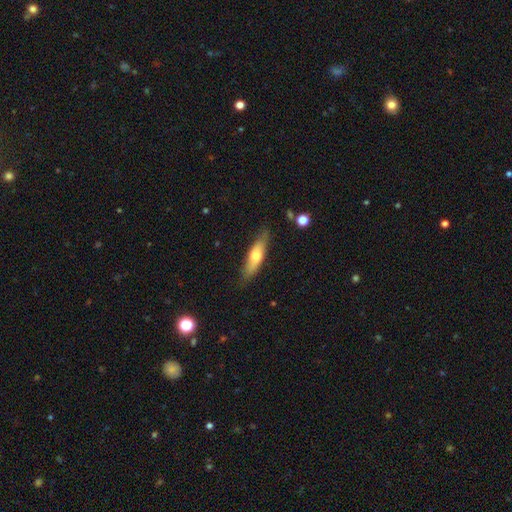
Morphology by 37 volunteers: smooth-or-featured: smooth: 54% | featured or disk: 41% | star or artifact: 5%
  how-rounded: cigar-shaped: 55% | in between: 45% | round: 0%
  merging: none: 91% | major disturbance: 6% | minor disturbance: 3% | merger: 0%